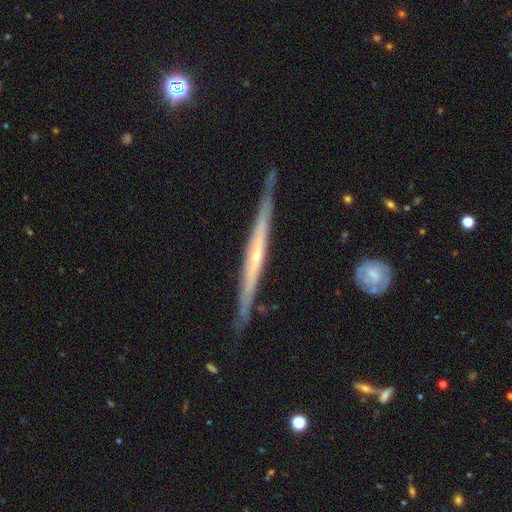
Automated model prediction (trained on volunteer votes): featured or disk 78%, smooth 17%, star or artifact 6%. Down the decision tree: edge-on disk — yes (96%); edge-on bulge — none (54%); merging — none (83%).